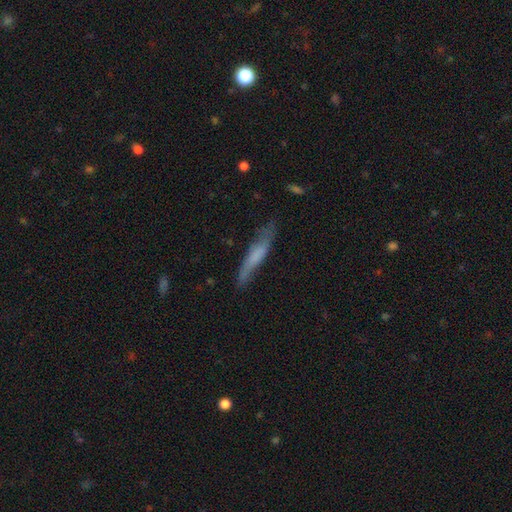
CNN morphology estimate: smooth_or_featured: smooth (p=0.52) [alt: featured or disk p=0.41]
how_rounded: cigar-shaped (p=0.89) [alt: in between p=0.10]
merging: none (p=0.68) [alt: minor disturbance p=0.23]